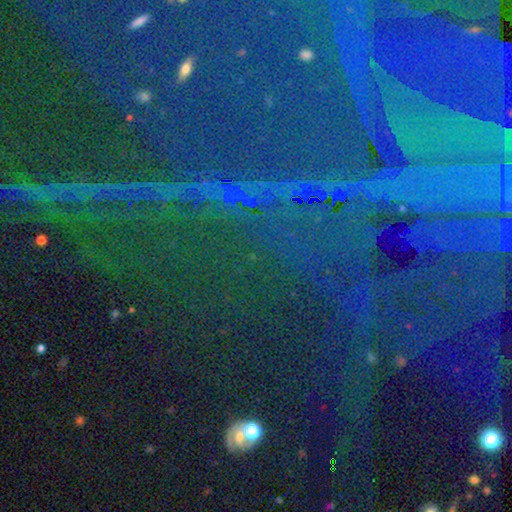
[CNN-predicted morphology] Smooth or featured?
  - star or artifact: 83% *
  - featured or disk: 9%
  - smooth: 8%